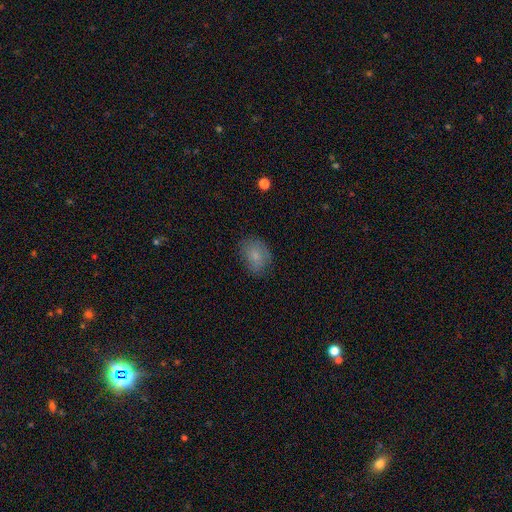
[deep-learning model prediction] The model was most divided on "how rounded": in between: 65%, round: 34%, cigar-shaped: 1%. More confident: smooth or featured — smooth (78%); merging — none (74%).